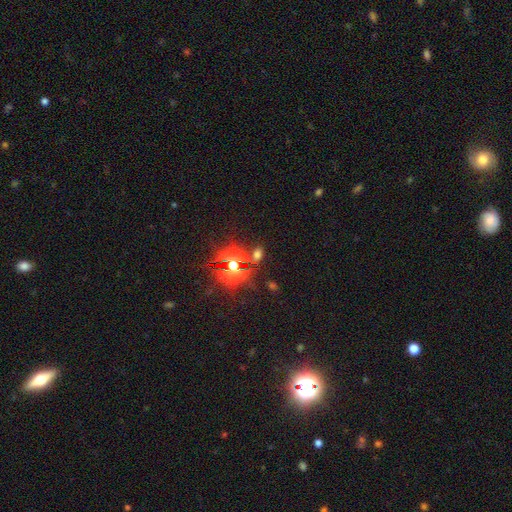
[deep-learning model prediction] This appears to be a star or artifact, not a galaxy (76%).